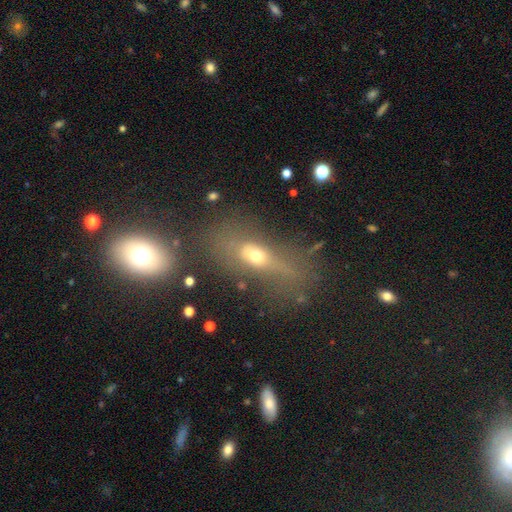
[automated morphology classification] This appears to be a smooth galaxy with no disk features (48%). Merging: none (35%).